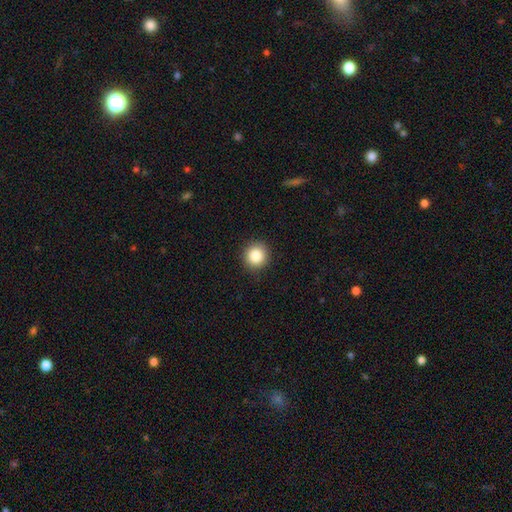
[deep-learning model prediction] smooth-or-featured: smooth: 86% | star or artifact: 10% | featured or disk: 4%
  how-rounded: round: 92% | in between: 7% | cigar-shaped: 1%
  merging: none: 91% | minor disturbance: 6% | major disturbance: 2% | merger: 1%